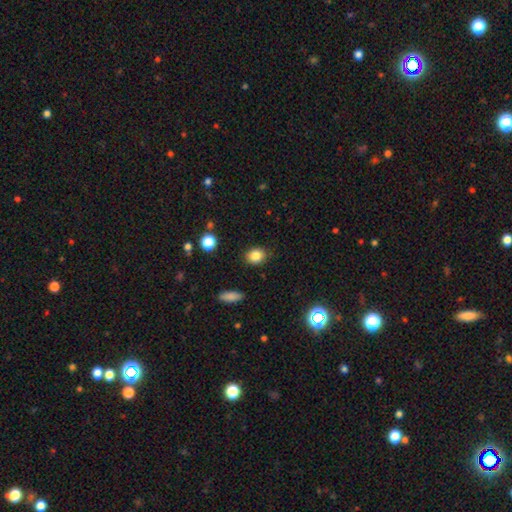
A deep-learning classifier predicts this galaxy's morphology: smooth_or_featured: smooth (p=0.84) [alt: star or artifact p=0.10]
how_rounded: round (p=0.58) [alt: in between p=0.41]
merging: none (p=0.84) [alt: minor disturbance p=0.12]